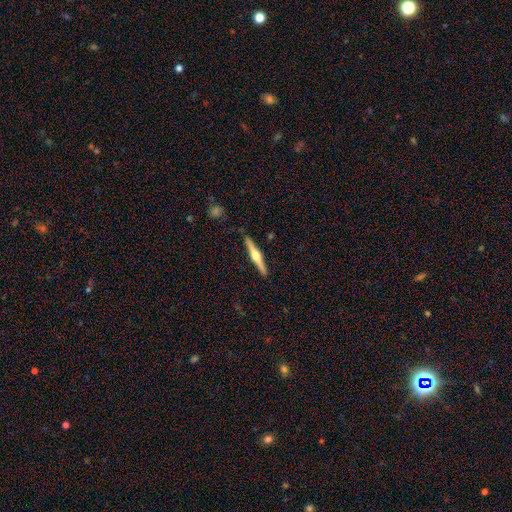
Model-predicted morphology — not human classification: A featured or disk galaxy (74%) viewed edge-on (98%) with a rounded central bulge (95%). Merging: none (88%).